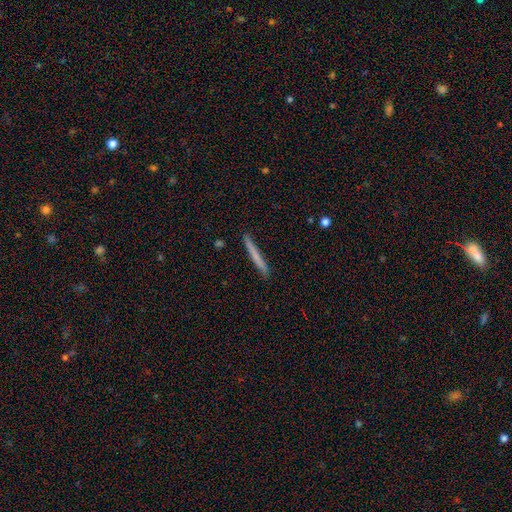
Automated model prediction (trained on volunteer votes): Morphology: type=smooth (65%); roundness=cigar-shaped (97%); merging=none (89%).